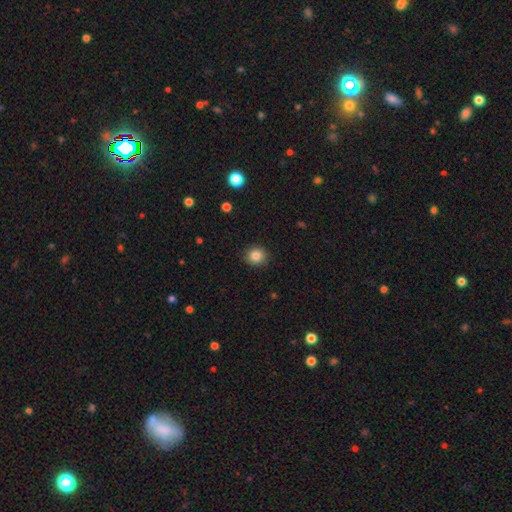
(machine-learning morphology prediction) A smooth galaxy with no disk features (84%) that is round (89%).

Vote fractions:
- Smooth or featured? smooth: 84% / star or artifact: 11% / featured or disk: 5%
- How rounded? round: 89% / in between: 10% / cigar-shaped: 1%
- Merging? none: 91% / minor disturbance: 7% / major disturbance: 2% / merger: 1%